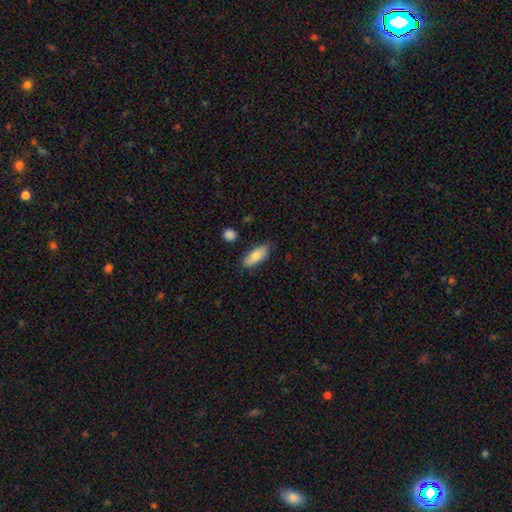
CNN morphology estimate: Smooth or featured? Predicted: smooth (p=0.83). How rounded? Predicted: in between (p=0.73). Merging? Predicted: none (p=0.80).